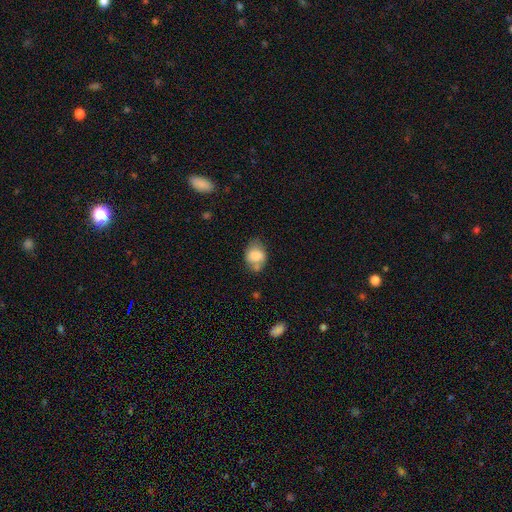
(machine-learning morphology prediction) Overall: smooth (77%). How rounded: in between (56%; round 43%). Merging: none (44%; minor disturbance 27%).